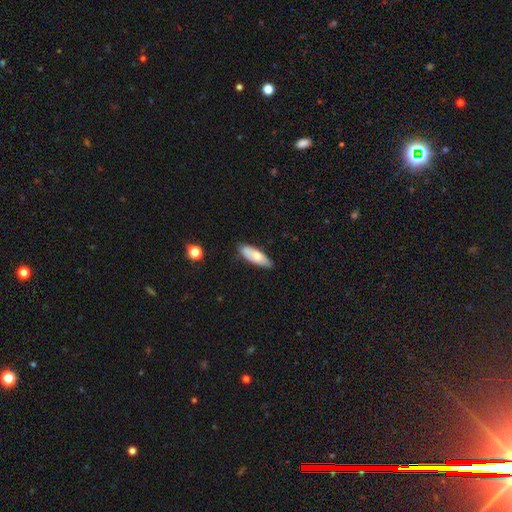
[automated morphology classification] A smooth galaxy with no disk features (73%) that is in between round and cigar-shaped (64%).

Vote fractions:
- Smooth or featured? smooth: 73% / featured or disk: 21% / star or artifact: 7%
- How rounded? in between: 64% / cigar-shaped: 34% / round: 2%
- Merging? none: 79% / minor disturbance: 17% / major disturbance: 3% / merger: 2%